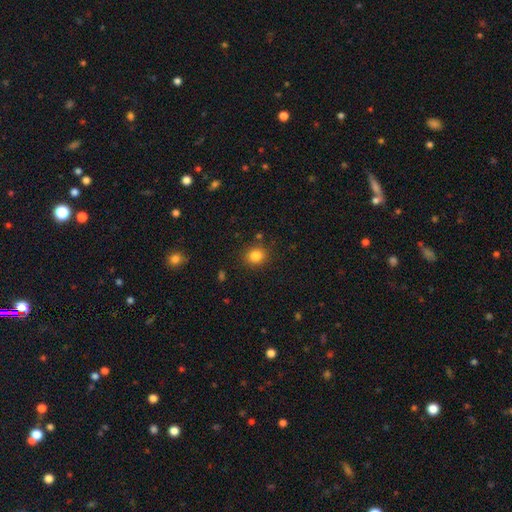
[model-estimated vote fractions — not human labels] Q: Smooth or featured?
A: smooth (84%); runner-up: star or artifact (11%)
Q: How rounded?
A: round (77%); runner-up: in between (22%)
Q: Merging?
A: none (85%); runner-up: minor disturbance (9%)